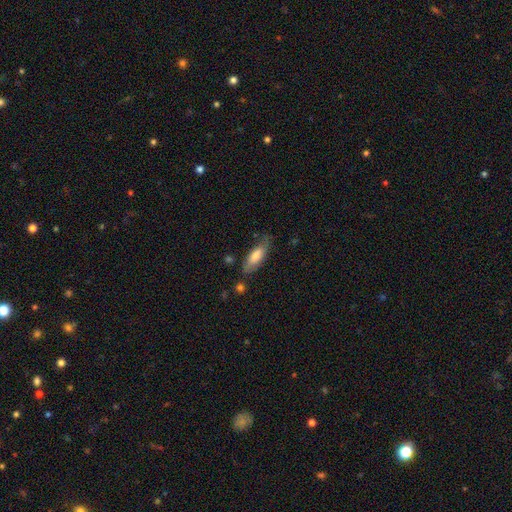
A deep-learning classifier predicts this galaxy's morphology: smooth 68%, featured or disk 25%, star or artifact 6%. Down the decision tree: how rounded — in between (64%); merging — none (67%).